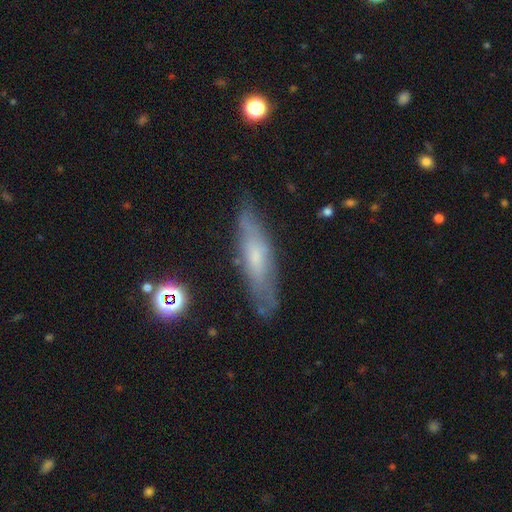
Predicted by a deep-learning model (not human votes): This appears to be a smooth galaxy with no disk features (47%). Merging: none (76%).